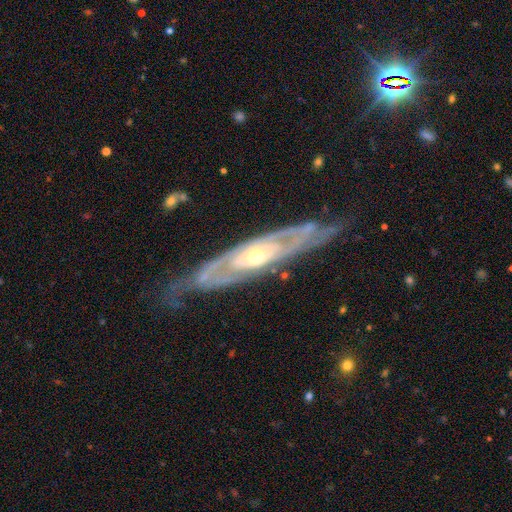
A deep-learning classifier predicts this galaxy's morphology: This appears to be a featured or disk galaxy (87%) with no bar (65%), tight (65%) spiral arms (89%) and a moderate central bulge (48%). Merging: none (73%).